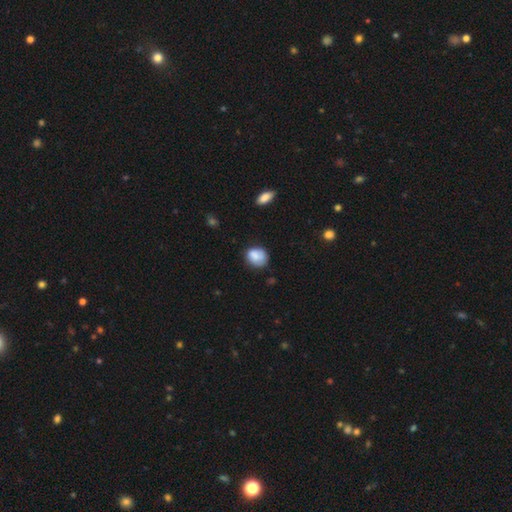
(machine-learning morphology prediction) type=smooth (80%); roundness=round (60%); merging=none (62%).